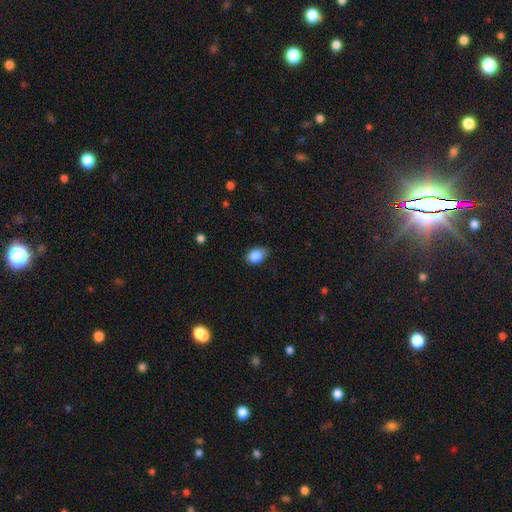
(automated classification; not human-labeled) smooth 87%, star or artifact 8%, featured or disk 5%. Down the decision tree: how rounded — in between (76%); merging — none (65%).